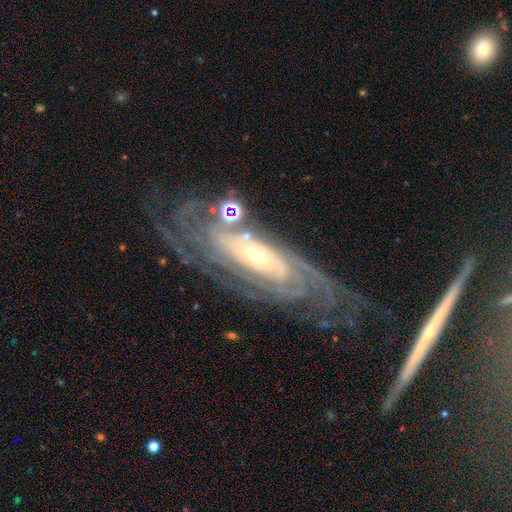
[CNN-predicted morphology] smooth-or-featured: featured or disk: 86% | smooth: 8% | star or artifact: 7%
  disk-edge-on: no: 88% | yes: 12%
    bar: no: 71% | weak: 19% | strong: 10%
    has-spiral-arms: yes: 95% | no: 5%
      spiral-winding: tight: 76% | medium: 19% | loose: 5%
      spiral-arm-count: can't tell: 41% | more than 4: 17% | 4: 14% | 3: 12% | 2: 11% | 1: 6%
    bulge-size: small: 69% | moderate: 25% | large: 3% | dominant: 1% | none: 1%
  merging: none: 66% | minor disturbance: 18% | major disturbance: 12% | merger: 4%